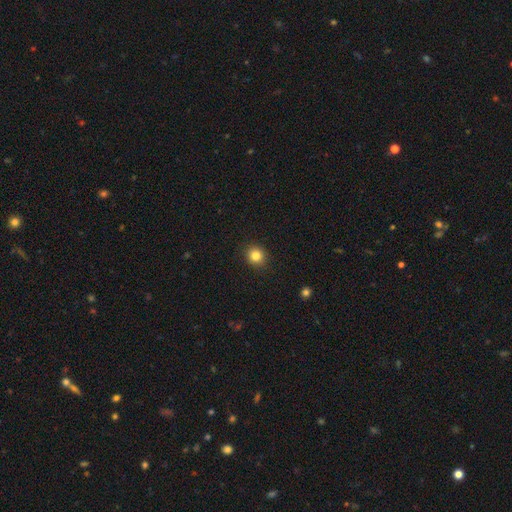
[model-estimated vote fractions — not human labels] smooth-or-featured: smooth: 83% | star or artifact: 12% | featured or disk: 5%
  how-rounded: round: 89% | in between: 10% | cigar-shaped: 1%
  merging: none: 92% | minor disturbance: 5% | major disturbance: 2% | merger: 1%